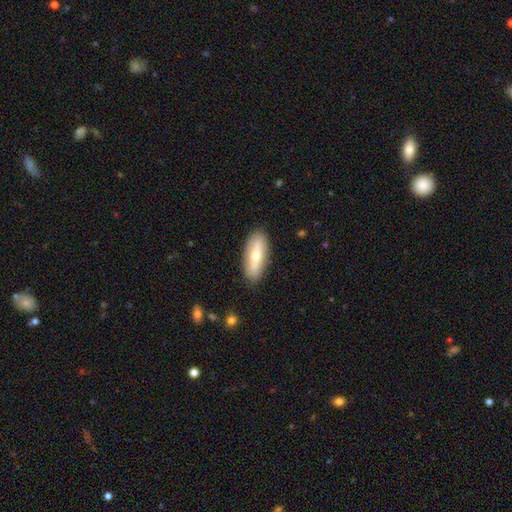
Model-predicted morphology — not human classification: This is possibly a smooth galaxy (57%). How rounded: likely in between (68%). Merging: clearly none (86%).